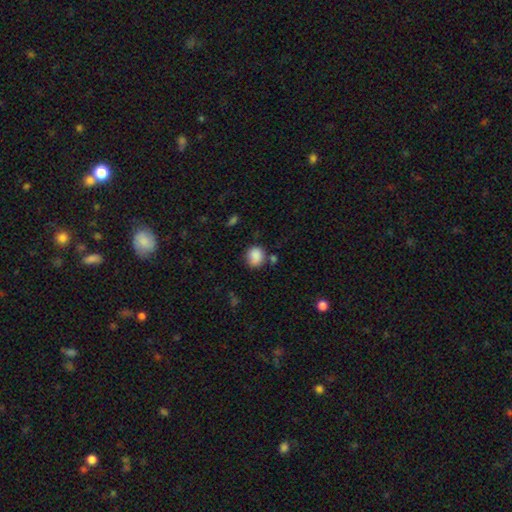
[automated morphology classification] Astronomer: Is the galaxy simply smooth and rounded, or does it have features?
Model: smooth — 86%.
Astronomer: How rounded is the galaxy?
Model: round — 76%.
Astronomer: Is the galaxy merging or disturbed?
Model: none — 66%.